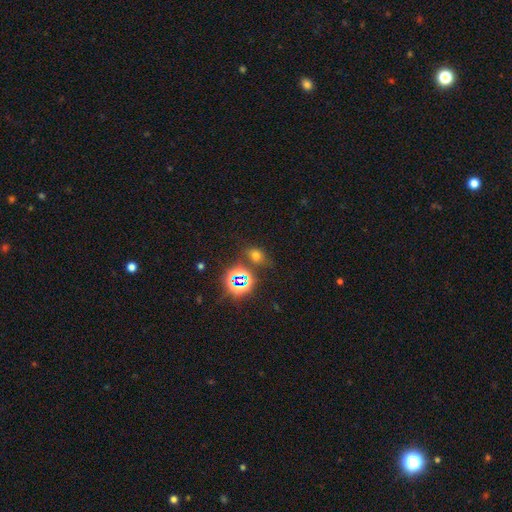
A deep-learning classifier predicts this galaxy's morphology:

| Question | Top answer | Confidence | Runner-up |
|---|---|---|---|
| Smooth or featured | smooth | 55% | star or artifact (36%) |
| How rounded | in between | 59% | round (39%) |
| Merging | none | 72% | minor disturbance (15%) |